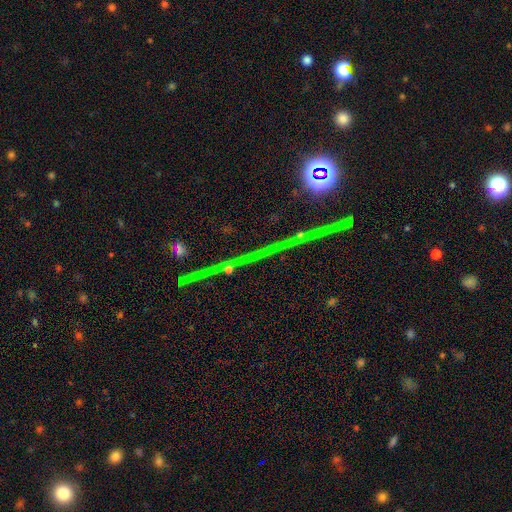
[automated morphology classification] smooth_or_featured: star or artifact (p=0.72) [alt: featured or disk p=0.20]